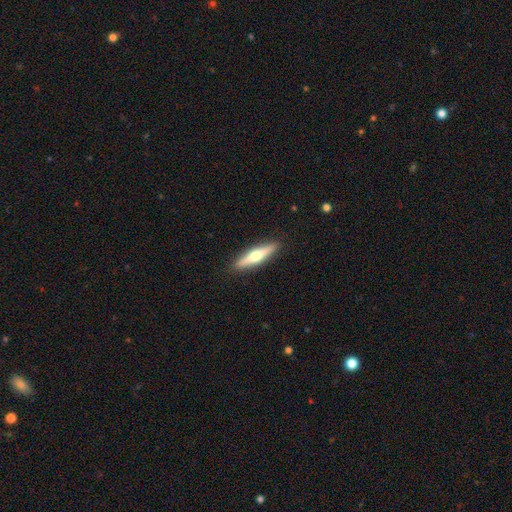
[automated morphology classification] Smooth or featured? Predicted: featured or disk (p=0.55). Edge-on disk? Predicted: yes (p=0.96). Edge-on bulge? Predicted: rounded (p=0.93). Merging? Predicted: none (p=0.91).